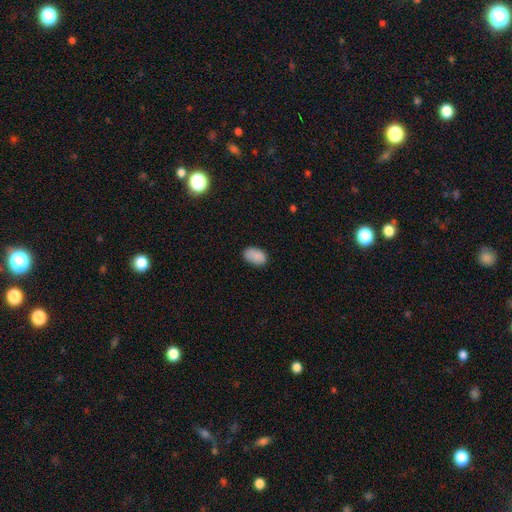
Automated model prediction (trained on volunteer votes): smooth_or_featured: smooth (p=0.88) [alt: star or artifact p=0.08]
how_rounded: in between (p=0.91) [alt: round p=0.08]
merging: none (p=0.79) [alt: minor disturbance p=0.17]